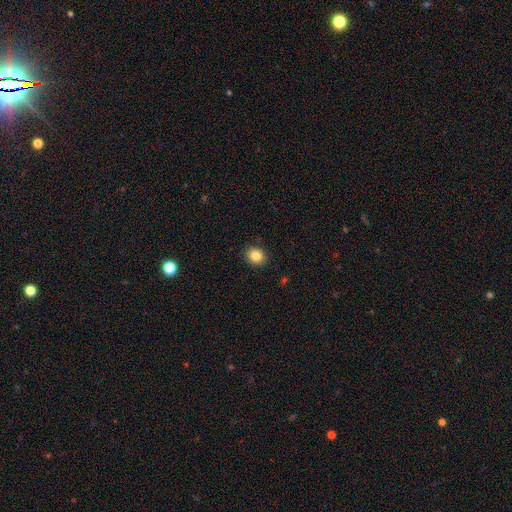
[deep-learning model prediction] This is clearly a smooth galaxy (84%). How rounded: likely round (69%). Merging: clearly none (91%).